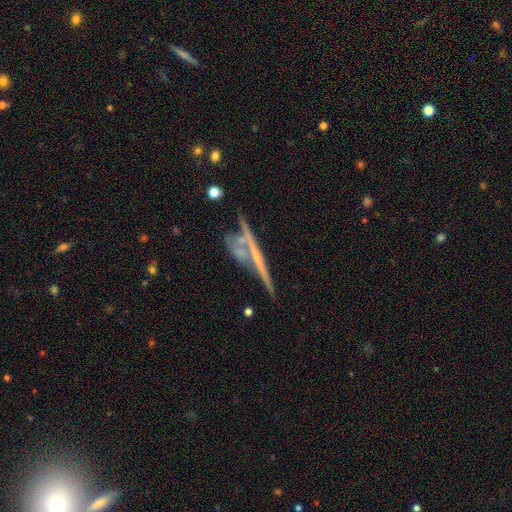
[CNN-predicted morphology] featured or disk 64%, smooth 25%, star or artifact 11%. Down the decision tree: edge-on disk — yes (83%); edge-on bulge — none (70%); merging — none (43%).